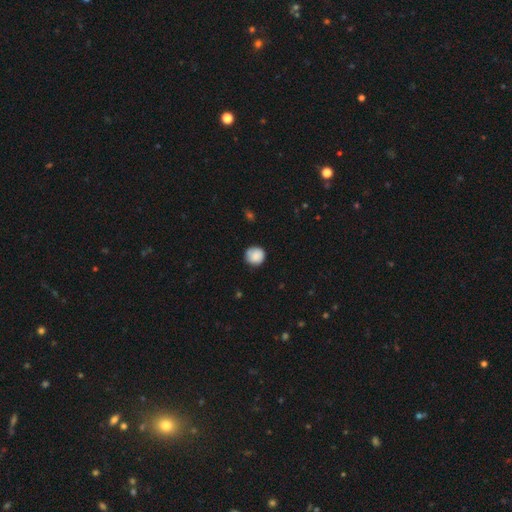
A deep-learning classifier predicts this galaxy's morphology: type=smooth (85%); roundness=round (91%); merging=none (79%).